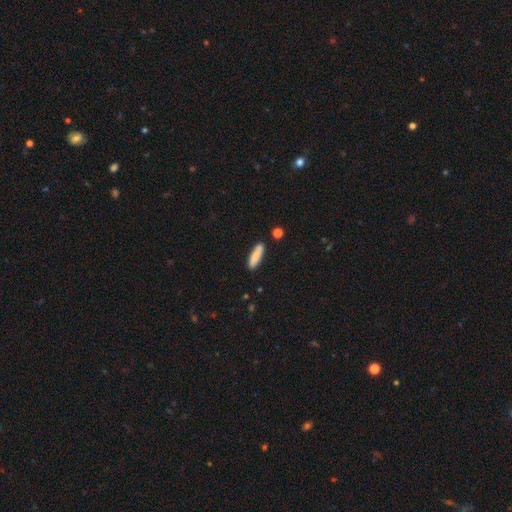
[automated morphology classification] type=smooth (82%); roundness=cigar-shaped (69%); merging=none (85%).